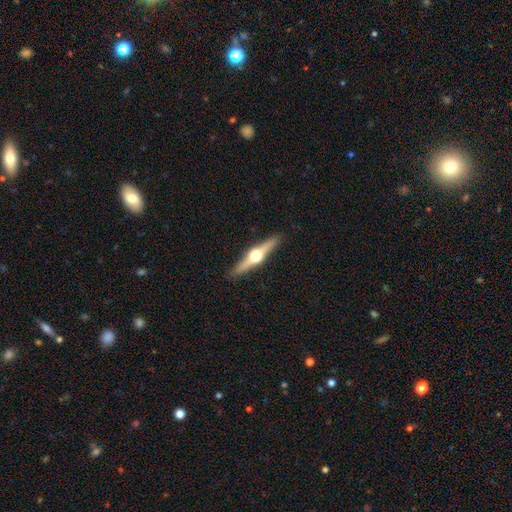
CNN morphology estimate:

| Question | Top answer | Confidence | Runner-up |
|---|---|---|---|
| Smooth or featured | featured or disk | 76% | smooth (19%) |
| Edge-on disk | yes | 98% | no (2%) |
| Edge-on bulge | rounded | 97% | boxy (2%) |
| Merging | none | 91% | minor disturbance (6%) |